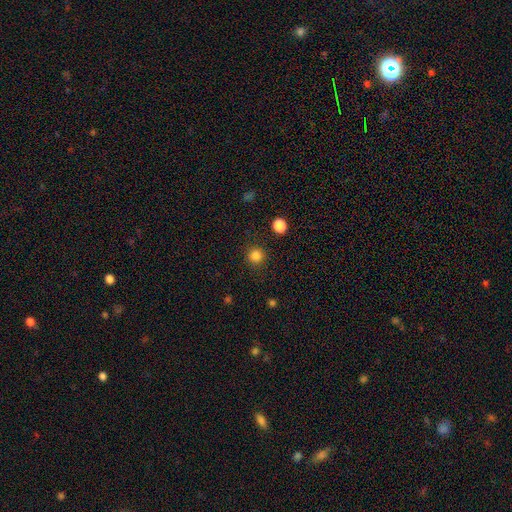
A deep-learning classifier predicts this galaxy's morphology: smooth_or_featured: smooth (p=0.83) [alt: star or artifact p=0.13]
how_rounded: round (p=0.95) [alt: in between p=0.04]
merging: none (p=0.91) [alt: minor disturbance p=0.06]